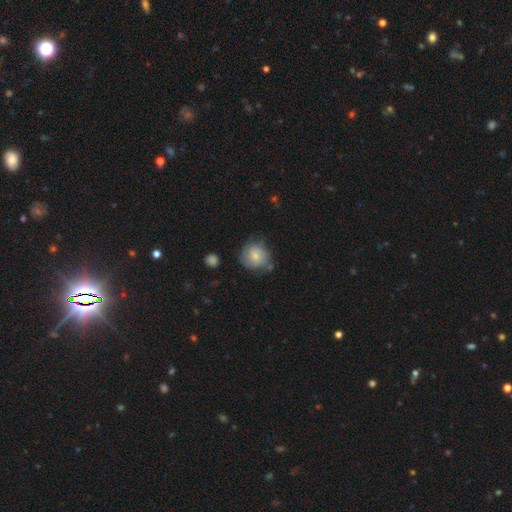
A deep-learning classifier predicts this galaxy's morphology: Smooth or featured?
  - smooth: 64% *
  - featured or disk: 29%
  - star or artifact: 7%
How rounded?
  - round: 82% *
  - in between: 17%
  - cigar-shaped: 1%
Merging?
  - none: 59% *
  - minor disturbance: 28%
  - major disturbance: 9%
  - merger: 5%